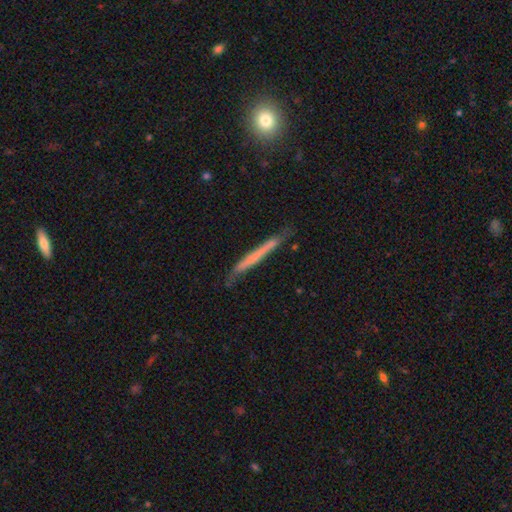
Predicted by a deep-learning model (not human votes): The model was most divided on "smooth or featured": smooth: 51%, featured or disk: 42%, star or artifact: 7%. More confident: how rounded — cigar-shaped (97%); merging — none (75%).